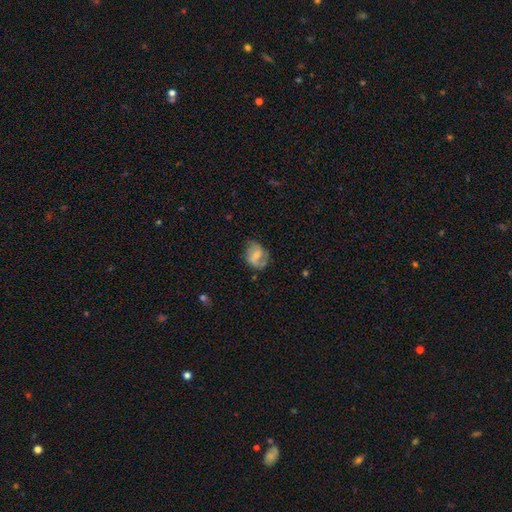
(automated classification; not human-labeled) The model was most divided on "smooth or featured": featured or disk: 49%, smooth: 43%, star or artifact: 8%. More confident: merging — none (53%).